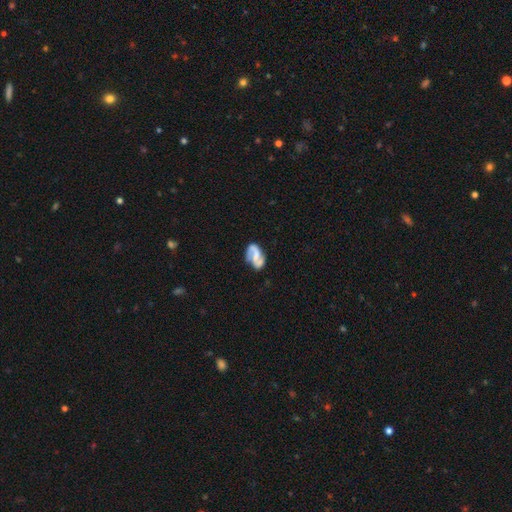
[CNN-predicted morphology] This is likely a featured or disk galaxy (76%). It is clearly not viewed edge-on (97%). Bar: marginally weak (38%). Spiral arm pattern: clearly yes (91%). Spiral arm count: clearly 2 (87%). Spiral winding: marginally medium (40%, tied with loose). Central bulge: marginally none (43%). Merging: likely none (67%).